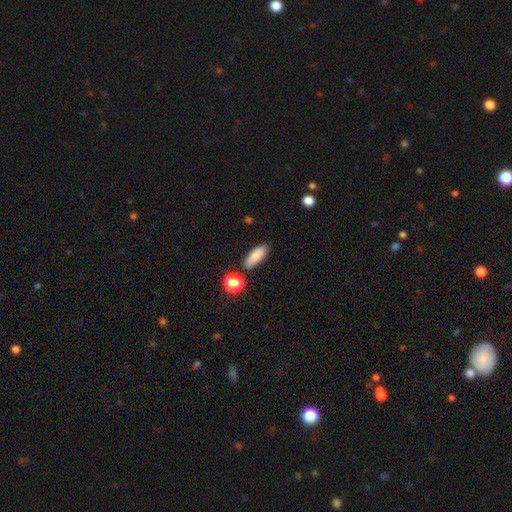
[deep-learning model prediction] This appears to be a smooth galaxy with no disk features (85%) that is in between round and cigar-shaped (72%). Merging: none (81%).